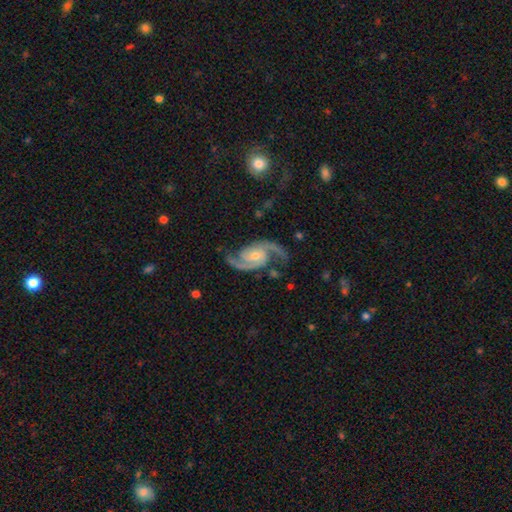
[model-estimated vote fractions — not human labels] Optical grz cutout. It shows a featured or disk galaxy (93%) with no bar (58%), 2 (94%) medium (58%) spiral arms (99%) and a small central bulge (48%). Merging: none (77%).